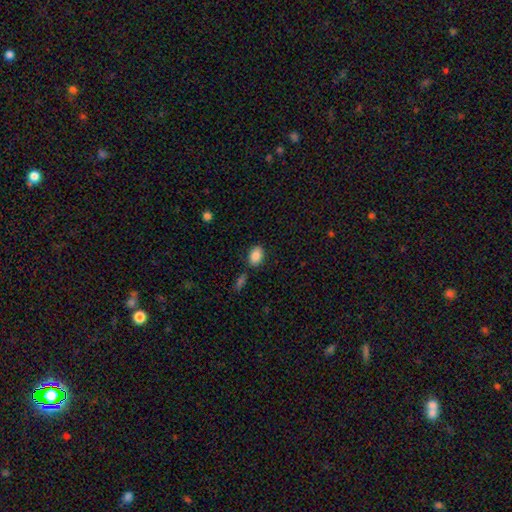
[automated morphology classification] Smooth or featured? Predicted: smooth (p=0.86). How rounded? Predicted: in between (p=0.82). Merging? Predicted: none (p=0.82).